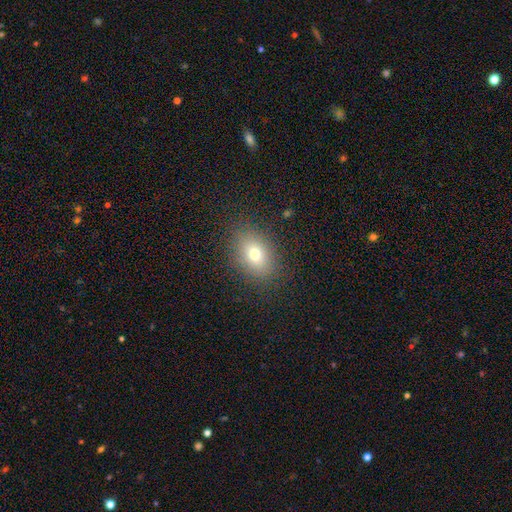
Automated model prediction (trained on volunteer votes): smooth 75%, star or artifact 13%, featured or disk 13%. Down the decision tree: how rounded — in between (74%); merging — none (88%).